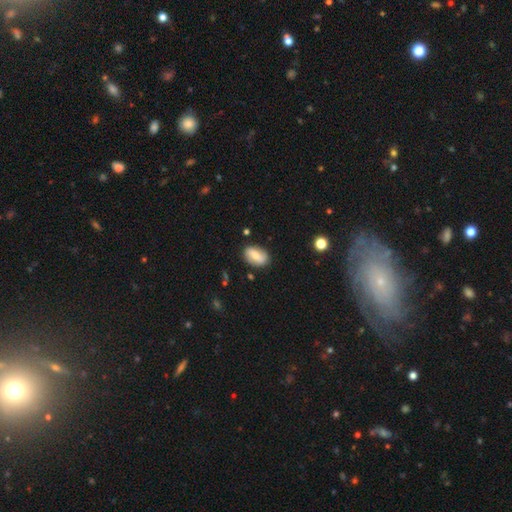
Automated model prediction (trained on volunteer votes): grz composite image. It shows a smooth galaxy with no disk features (51%) that is in between round and cigar-shaped (87%). Merging: none (83%).